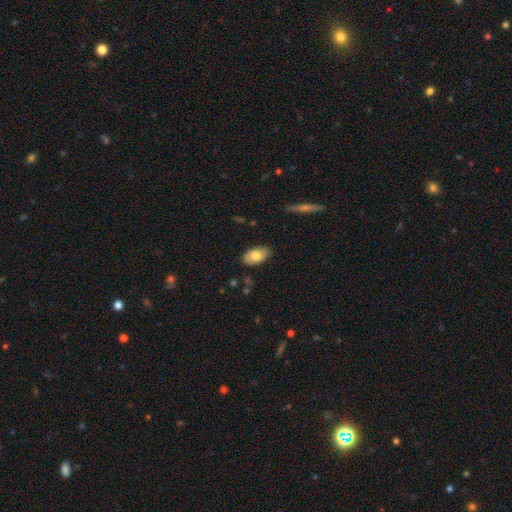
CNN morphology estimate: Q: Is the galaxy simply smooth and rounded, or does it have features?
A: smooth — 78%.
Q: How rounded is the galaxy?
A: in between — 94%.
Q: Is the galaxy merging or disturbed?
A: none — 84%.